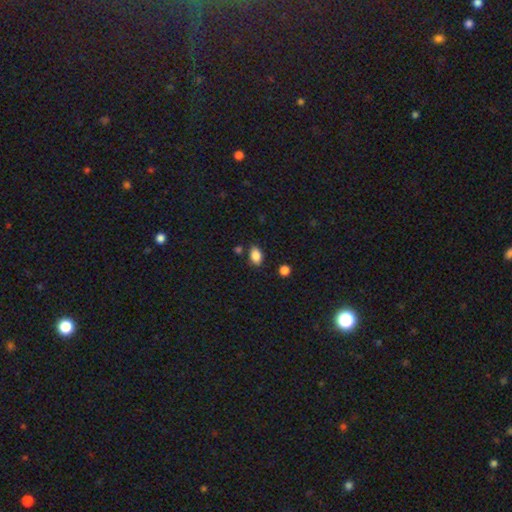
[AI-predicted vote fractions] This is clearly a smooth galaxy (86%). How rounded: clearly in between (86%). Merging: clearly none (80%).